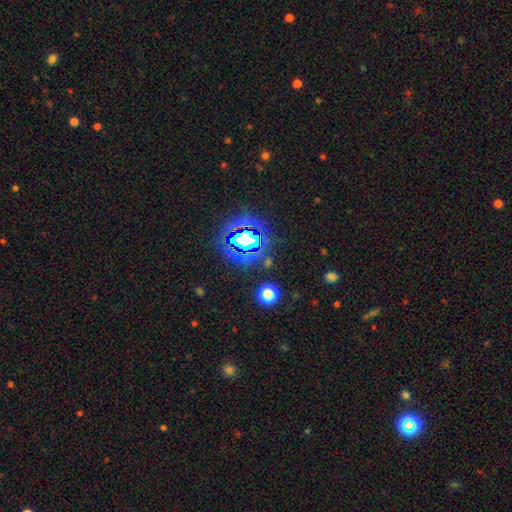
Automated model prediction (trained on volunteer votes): A star or artifact, not a galaxy (81%).